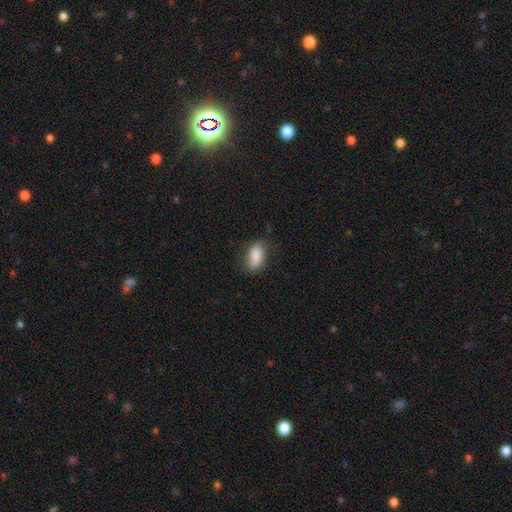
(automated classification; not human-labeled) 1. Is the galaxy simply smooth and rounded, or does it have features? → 83% smooth, 10% featured or disk, 7% star or artifact.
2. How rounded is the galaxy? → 88% in between, 7% cigar-shaped, 5% round.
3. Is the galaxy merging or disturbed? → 67% none, 25% minor disturbance, 7% major disturbance, 2% merger.